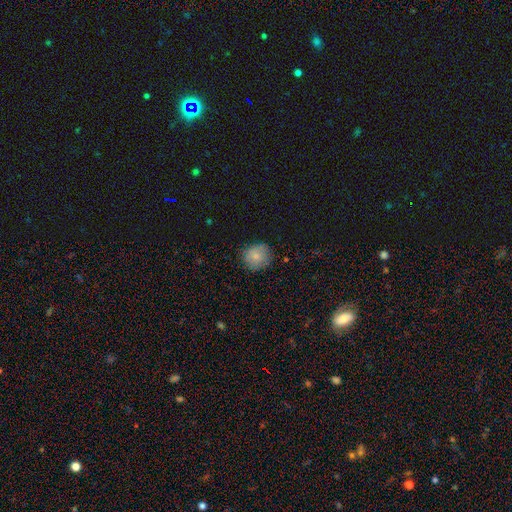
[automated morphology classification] The model was most divided on "merging": none: 79%, minor disturbance: 16%, major disturbance: 4%, merger: 1%. More confident: how rounded — round (83%); smooth or featured — smooth (81%).